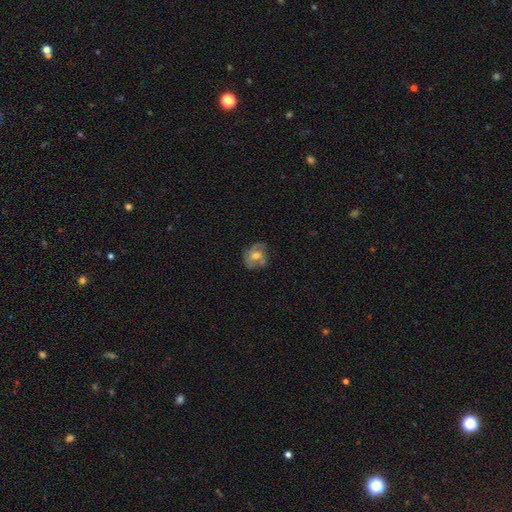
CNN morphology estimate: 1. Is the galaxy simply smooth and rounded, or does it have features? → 47% smooth, 45% featured or disk, 9% star or artifact.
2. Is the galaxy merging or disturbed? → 54% none, 28% minor disturbance, 14% major disturbance, 4% merger.